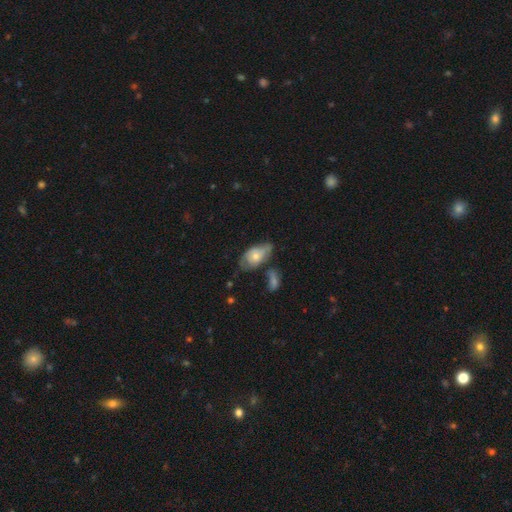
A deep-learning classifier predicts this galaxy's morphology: A smooth galaxy with no disk features (52%) that is in between round and cigar-shaped (89%). Merging: none (37%).